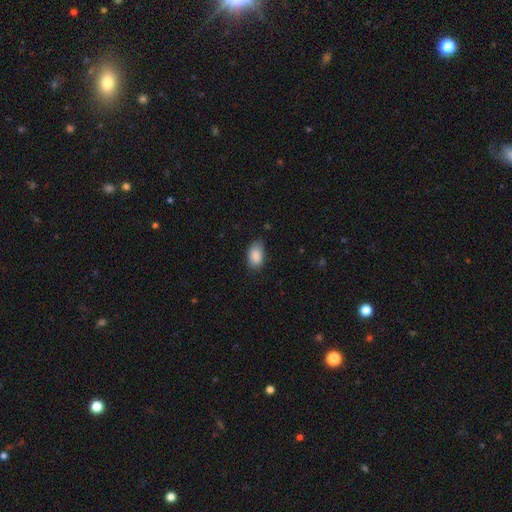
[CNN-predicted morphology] Smooth or featured: smooth — 88% (star or artifact — 7%)
How rounded: in between — 92% (round — 6%)
Merging: none — 73% (minor disturbance — 22%)